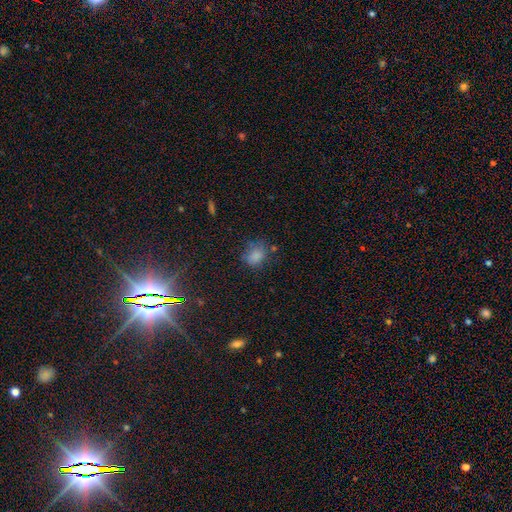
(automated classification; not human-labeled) Smooth or featured? smooth (78%)
How rounded? round (50%)
Merging? none (58%)